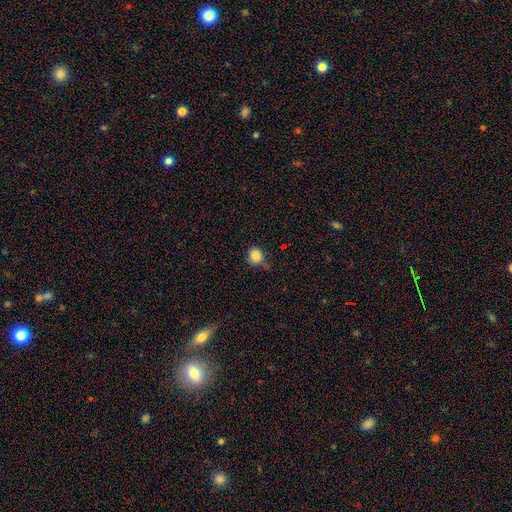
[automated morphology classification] A smooth galaxy with no disk features (84%) that is round (87%).

Vote fractions:
- Smooth or featured? smooth: 84% / star or artifact: 11% / featured or disk: 5%
- How rounded? round: 87% / in between: 12% / cigar-shaped: 1%
- Merging? none: 68% / minor disturbance: 22% / major disturbance: 5% / merger: 5%